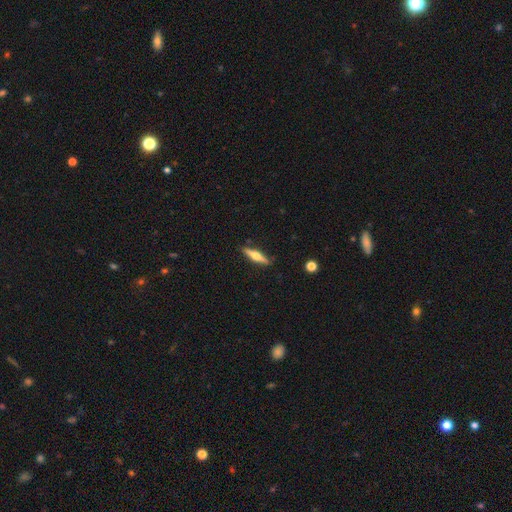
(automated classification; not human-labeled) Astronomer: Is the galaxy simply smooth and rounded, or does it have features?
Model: featured or disk — 57% (runner-up: smooth, 37%).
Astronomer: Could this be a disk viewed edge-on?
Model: yes — 96%.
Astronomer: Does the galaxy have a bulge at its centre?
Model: rounded — 92%.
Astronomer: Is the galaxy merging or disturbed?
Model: none — 88%.